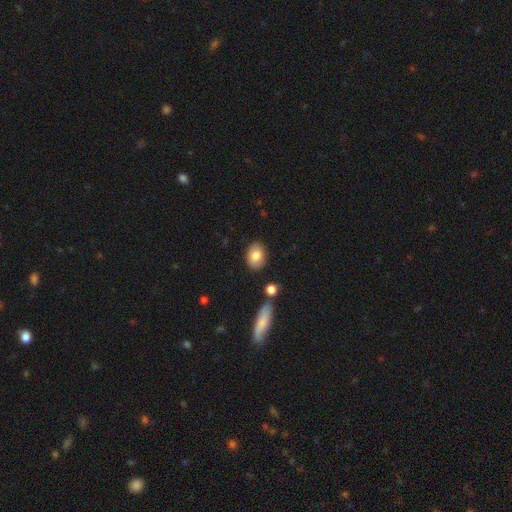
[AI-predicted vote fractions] smooth 82%, featured or disk 10%, star or artifact 7%. Down the decision tree: how rounded — in between (75%); merging — none (84%).